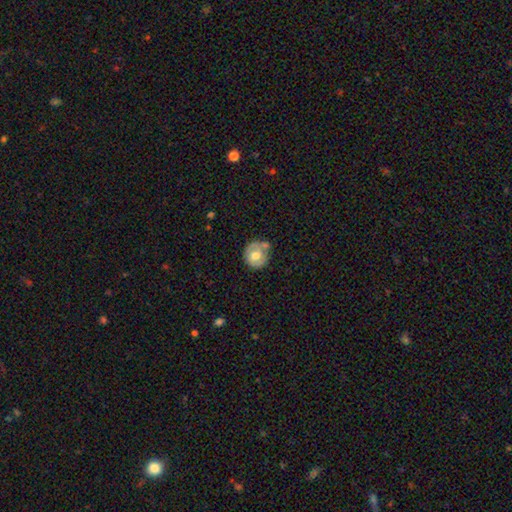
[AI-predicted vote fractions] This is possibly a smooth galaxy (59%). How rounded: clearly round (84%). Merging: possibly none (53%).